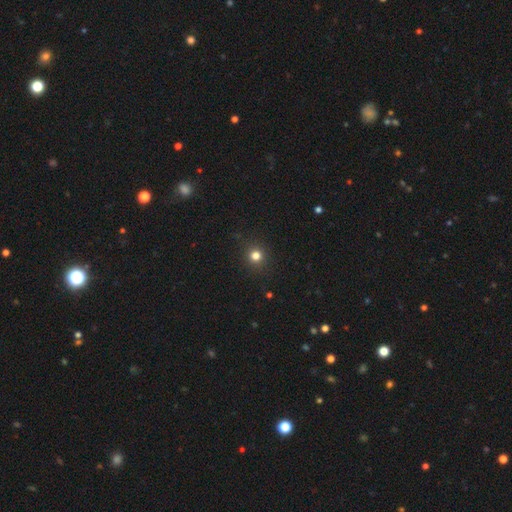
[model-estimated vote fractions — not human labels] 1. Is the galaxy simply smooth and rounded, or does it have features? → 79% smooth, 16% star or artifact, 5% featured or disk.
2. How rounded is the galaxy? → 93% round, 6% in between, 1% cigar-shaped.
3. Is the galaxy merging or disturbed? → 91% none, 6% minor disturbance, 2% major disturbance, 1% merger.